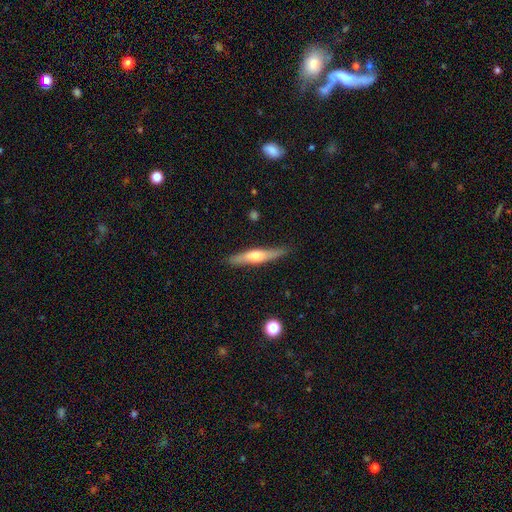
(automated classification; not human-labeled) Smooth or featured? Predicted: featured or disk (p=0.51). Edge-on disk? Predicted: yes (p=0.93). Merging? Predicted: none (p=0.85).